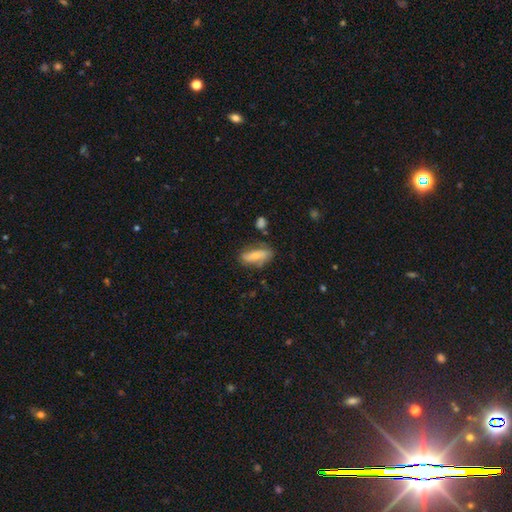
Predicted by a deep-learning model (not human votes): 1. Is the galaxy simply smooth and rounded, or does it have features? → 65% smooth, 28% featured or disk, 7% star or artifact.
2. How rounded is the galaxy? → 71% in between, 26% cigar-shaped, 3% round.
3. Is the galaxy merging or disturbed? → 70% none, 21% minor disturbance, 6% major disturbance, 4% merger.